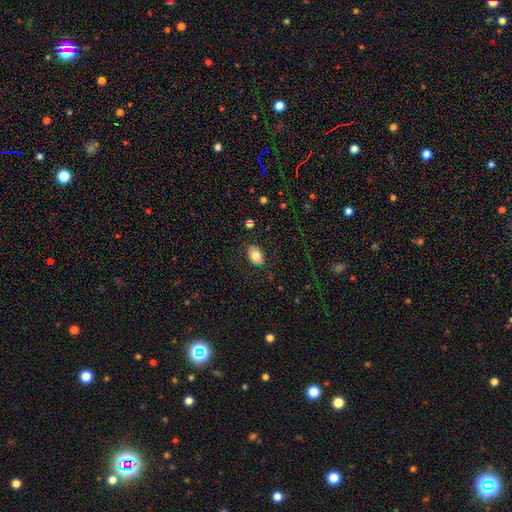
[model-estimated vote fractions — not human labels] This is clearly a smooth galaxy (81%). How rounded: likely in between (73%). Merging: clearly none (82%).